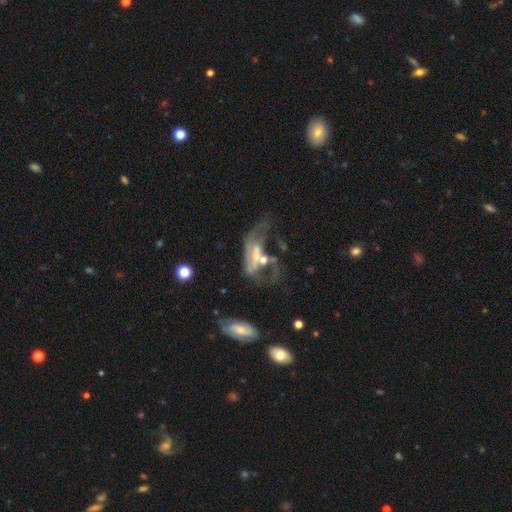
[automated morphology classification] The model was most divided on "bulge size": small: 33%, moderate: 31%, none: 27%, large: 6%, dominant: 2%. Remaining: edge-on disk — no (89%); spiral arms — no (63%); bar — no (62%); smooth or featured — featured or disk (61%); merging — major disturbance (39%).